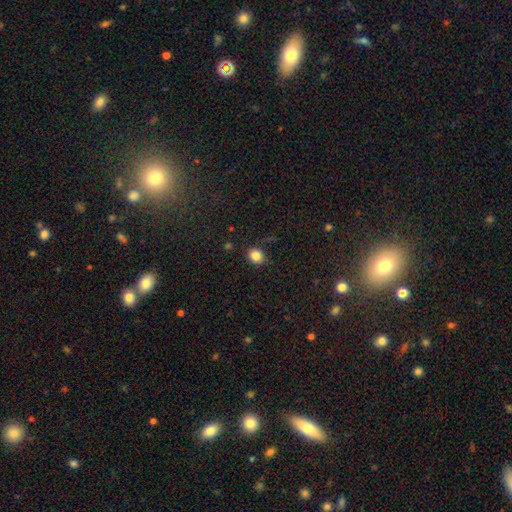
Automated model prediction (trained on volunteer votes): smooth_or_featured: smooth (p=0.84) [alt: star or artifact p=0.11]
how_rounded: round (p=0.71) [alt: in between p=0.28]
merging: none (p=0.85) [alt: minor disturbance p=0.10]